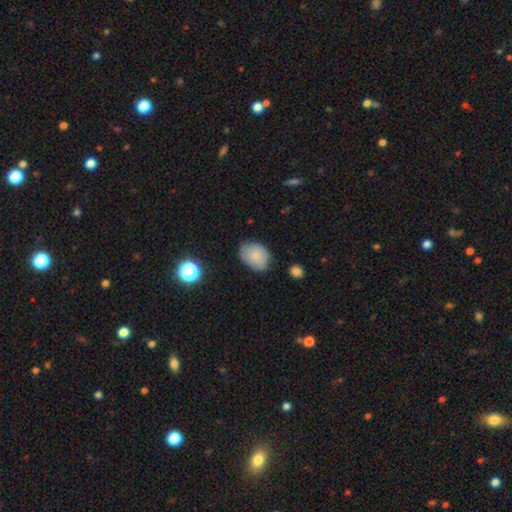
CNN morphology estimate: Overall: smooth (79%). How rounded: in between (67%; round 32%). Merging: none (72%).